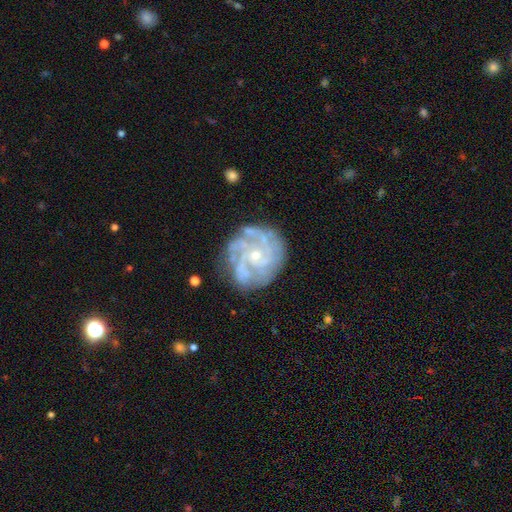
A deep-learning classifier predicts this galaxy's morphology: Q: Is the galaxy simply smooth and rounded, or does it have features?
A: featured or disk — 86%.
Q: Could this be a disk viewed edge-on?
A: no — 98%.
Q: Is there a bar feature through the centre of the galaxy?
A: no — 74%.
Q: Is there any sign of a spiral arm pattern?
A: yes — 94%.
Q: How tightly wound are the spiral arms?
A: tight — 63%.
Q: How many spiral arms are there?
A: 4 — 28%.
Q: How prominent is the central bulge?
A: small — 70%.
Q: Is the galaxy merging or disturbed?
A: none — 72%.